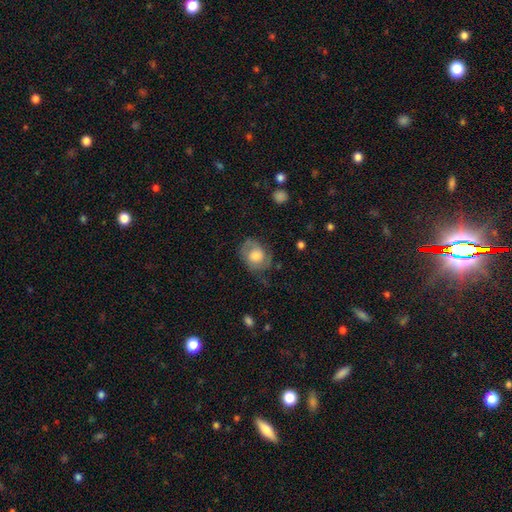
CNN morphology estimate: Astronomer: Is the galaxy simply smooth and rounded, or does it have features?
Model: smooth — 47% (runner-up: featured or disk, 45%).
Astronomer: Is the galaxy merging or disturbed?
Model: none — 58%.